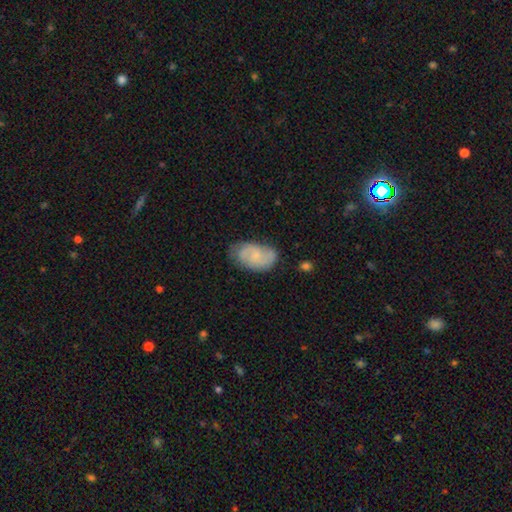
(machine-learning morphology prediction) The model was most divided on "smooth or featured": featured or disk: 57%, smooth: 36%, star or artifact: 7%. More confident: edge-on disk — no (97%); spiral arms — yes (88%); merging — none (67%); bar — no (60%); bulge size — small (59%).